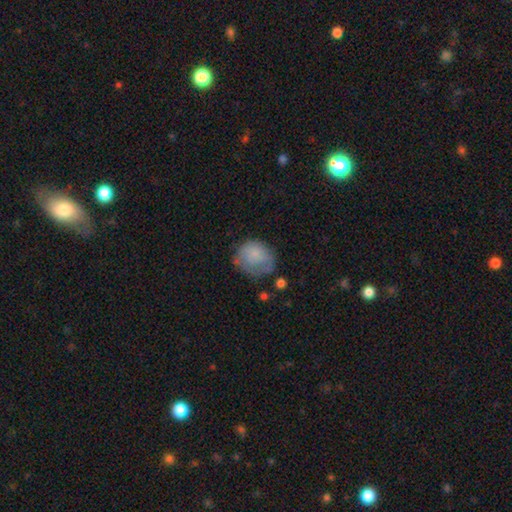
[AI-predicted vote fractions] This is likely a smooth galaxy (70%). How rounded: likely round (71%). Merging: possibly none (47%).